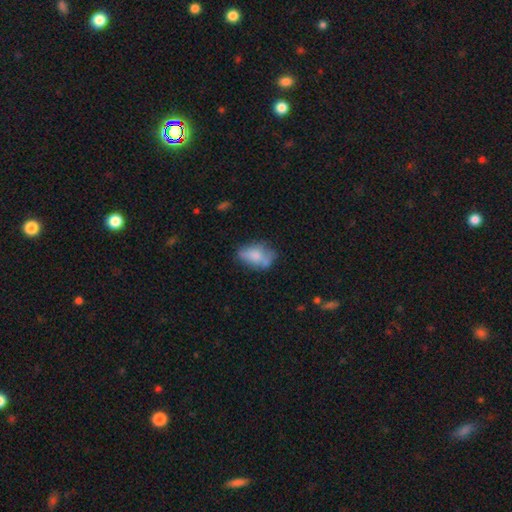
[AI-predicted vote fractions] smooth-or-featured: smooth: 66% | featured or disk: 25% | star or artifact: 9%
  how-rounded: in between: 84% | round: 13% | cigar-shaped: 3%
  merging: none: 44% | minor disturbance: 30% | major disturbance: 14% | merger: 13%